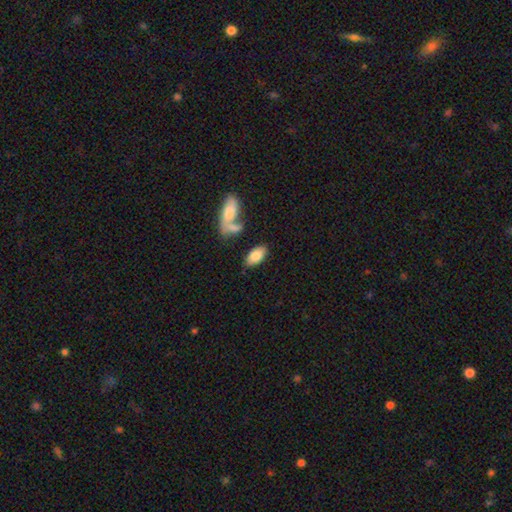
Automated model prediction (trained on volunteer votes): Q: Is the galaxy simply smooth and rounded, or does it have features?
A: smooth — 81%.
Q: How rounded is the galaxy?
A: in between — 93%.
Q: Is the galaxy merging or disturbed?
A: none — 70%.